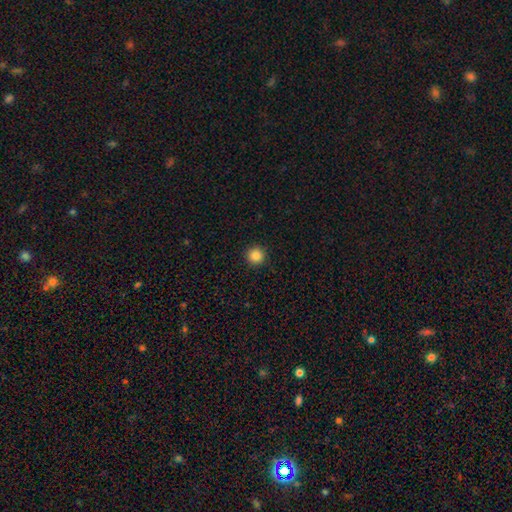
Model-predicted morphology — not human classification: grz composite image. It shows a smooth galaxy with no disk features (86%) that is round (96%). Merging: none (92%).